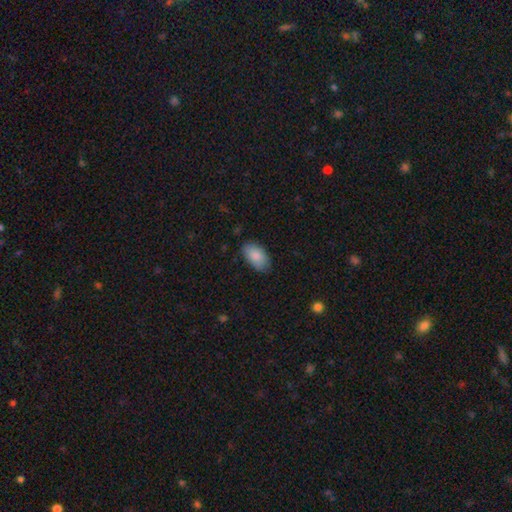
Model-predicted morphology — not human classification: A smooth galaxy with no disk features (87%) that is in between round and cigar-shaped (94%). Merging: none (78%).